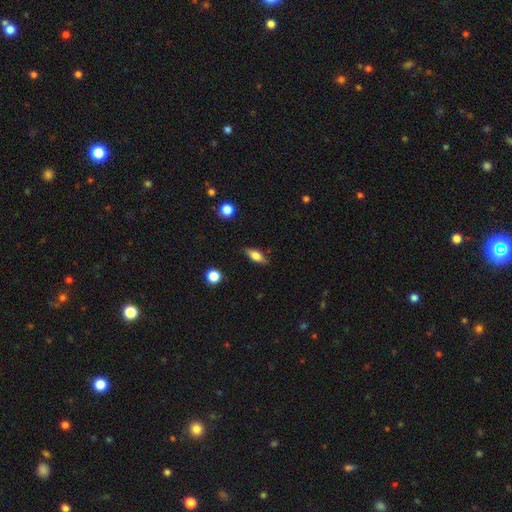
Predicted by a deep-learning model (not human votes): Overall: smooth (73%). How rounded: in between (74%). Merging: none (83%).